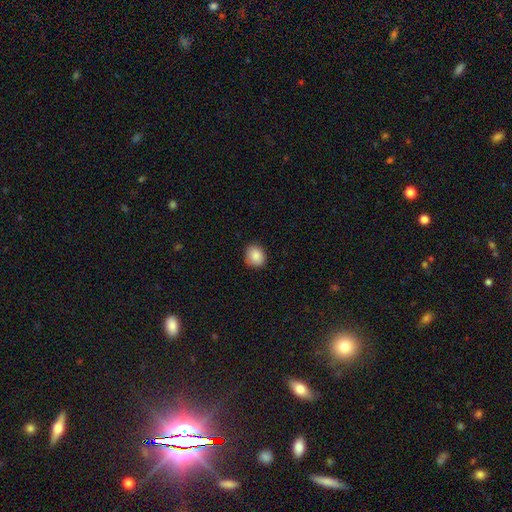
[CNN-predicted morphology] A smooth galaxy with no disk features (88%) that is round (65%). Merging: none (88%).